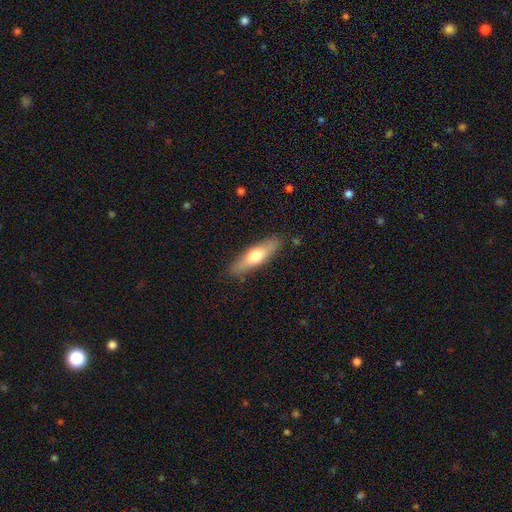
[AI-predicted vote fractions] The model was most divided on "smooth or featured": smooth: 58%, featured or disk: 37%, star or artifact: 5%. More confident: merging — none (87%); how rounded — cigar-shaped (61%).